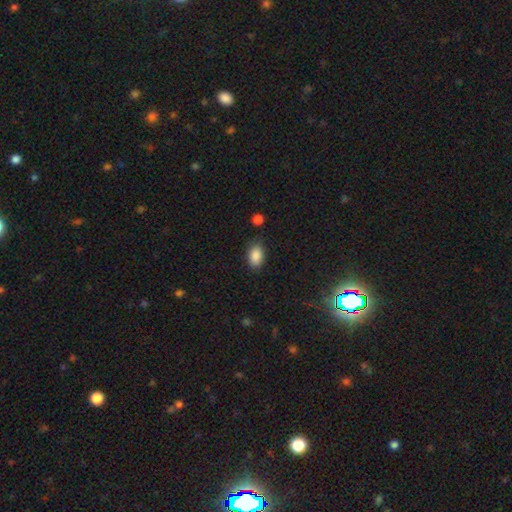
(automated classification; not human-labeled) The model was most divided on "merging": none: 80%, minor disturbance: 14%, major disturbance: 3%, merger: 2%. More confident: smooth or featured — smooth (88%); how rounded — in between (88%).